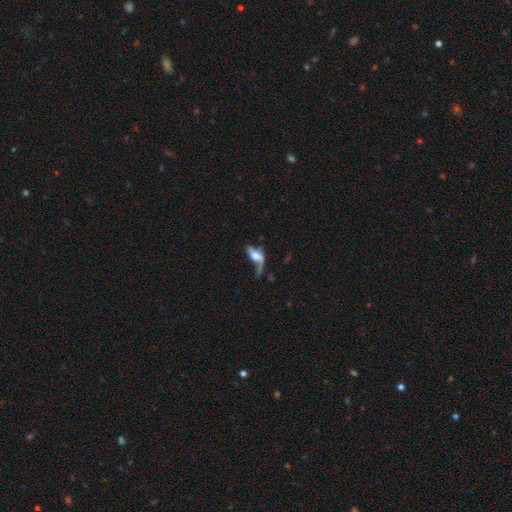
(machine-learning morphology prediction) Smooth or featured? Predicted: featured or disk (p=0.56). Edge-on disk? Predicted: no (p=0.82). Merging? Predicted: major disturbance (p=0.48).